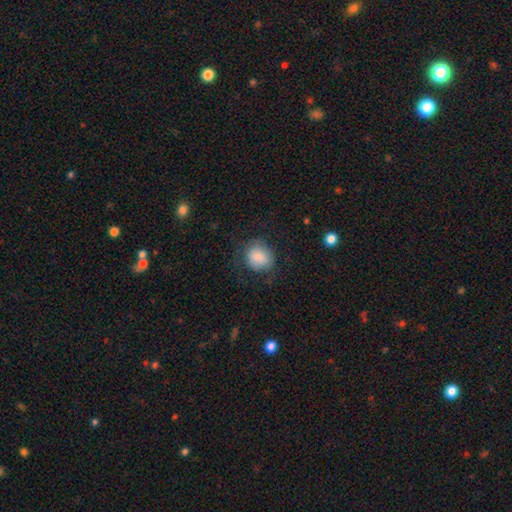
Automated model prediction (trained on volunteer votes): Smooth or featured? smooth (85%)
How rounded? round (67%)
Merging? none (71%)